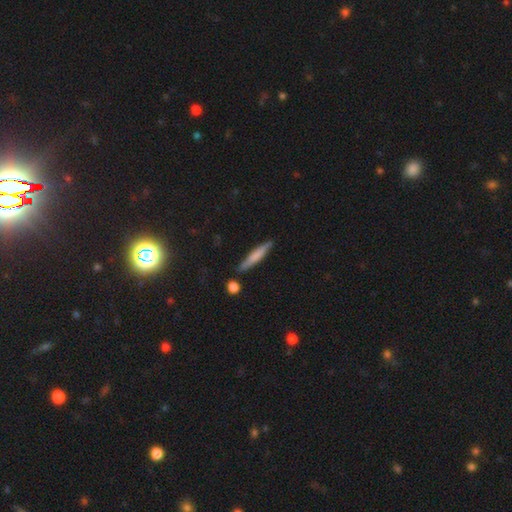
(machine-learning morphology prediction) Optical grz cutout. It shows a smooth galaxy with no disk features (65%) that is cigar-shaped (93%). Merging: none (84%).